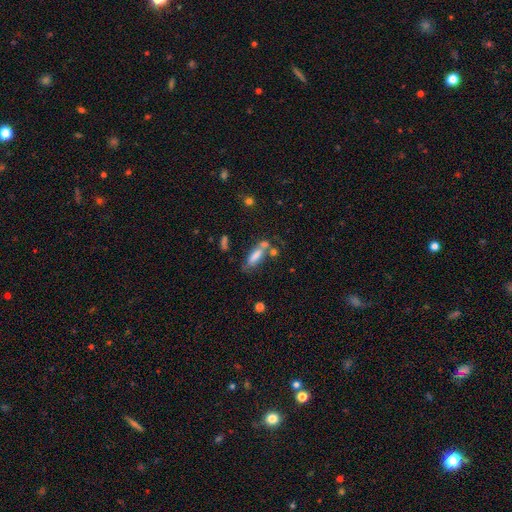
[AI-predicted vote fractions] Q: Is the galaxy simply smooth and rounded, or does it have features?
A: smooth — 67%.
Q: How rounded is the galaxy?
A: in between — 51%.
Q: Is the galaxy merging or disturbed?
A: none — 43%.